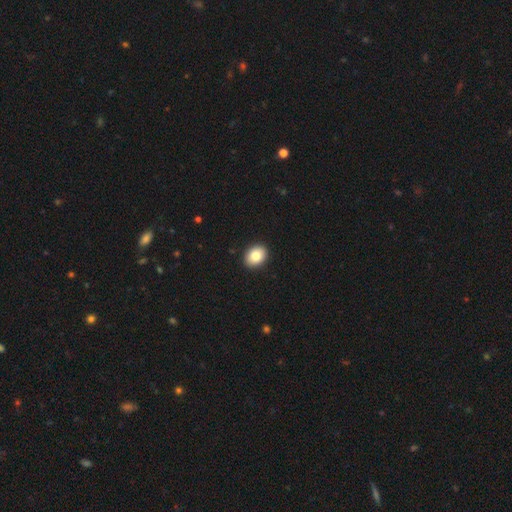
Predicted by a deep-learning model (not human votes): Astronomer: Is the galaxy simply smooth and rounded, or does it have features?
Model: smooth — 85%.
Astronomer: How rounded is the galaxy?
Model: in between — 69%.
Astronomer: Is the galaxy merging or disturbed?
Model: none — 92%.